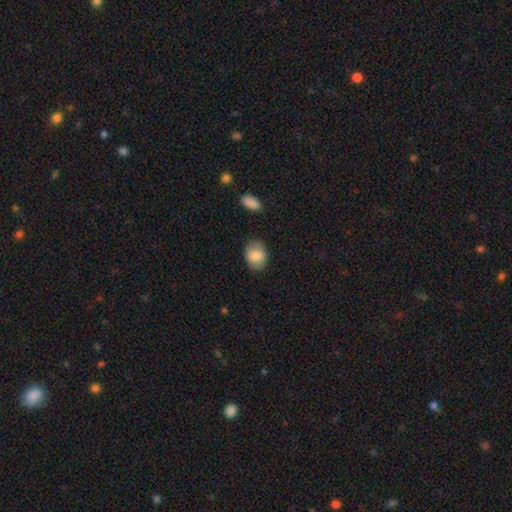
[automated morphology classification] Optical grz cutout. It shows a smooth galaxy with no disk features (83%) that is in between round and cigar-shaped (64%). Merging: none (80%).